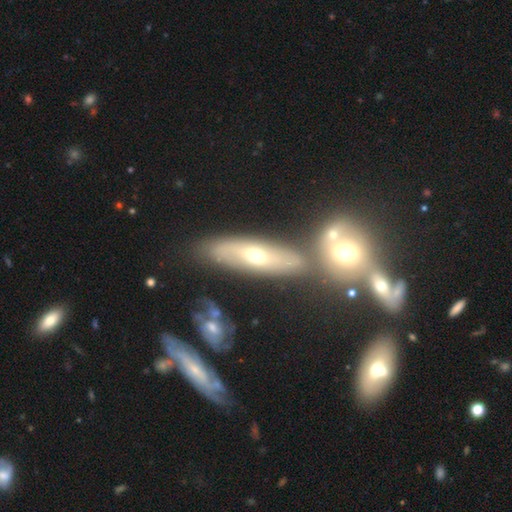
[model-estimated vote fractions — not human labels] This is possibly a featured or disk galaxy (48%). Merging: likely none (66%).